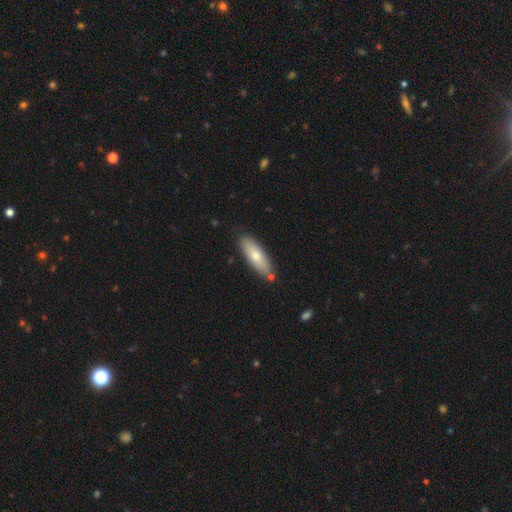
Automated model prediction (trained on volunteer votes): This is likely a smooth galaxy (69%). How rounded: possibly in between (50%). Merging: clearly none (81%).